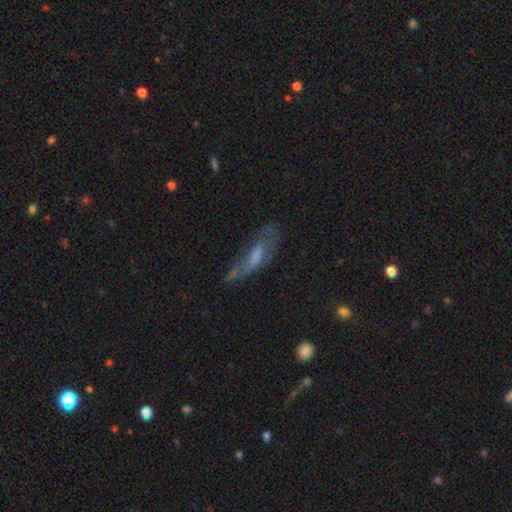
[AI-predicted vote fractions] A featured or disk galaxy (50%). Merging: none (43%).